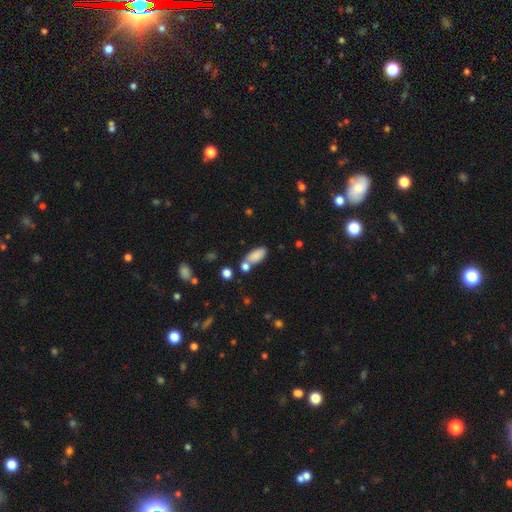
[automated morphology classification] This is clearly a smooth galaxy (84%). How rounded: clearly in between (88%). Merging: possibly none (57%).